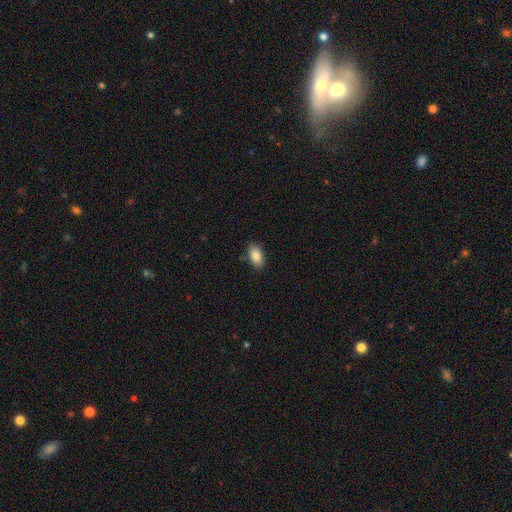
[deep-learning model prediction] Q: Smooth or featured?
A: smooth (85%); runner-up: star or artifact (7%)
Q: How rounded?
A: in between (92%); runner-up: round (6%)
Q: Merging?
A: none (86%); runner-up: minor disturbance (10%)